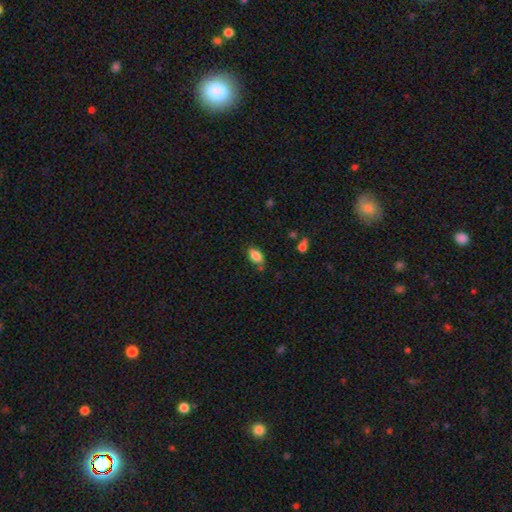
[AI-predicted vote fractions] smooth-or-featured: smooth: 86% | star or artifact: 9% | featured or disk: 6%
  how-rounded: in between: 90% | round: 7% | cigar-shaped: 3%
  merging: none: 69% | minor disturbance: 21% | major disturbance: 5% | merger: 5%